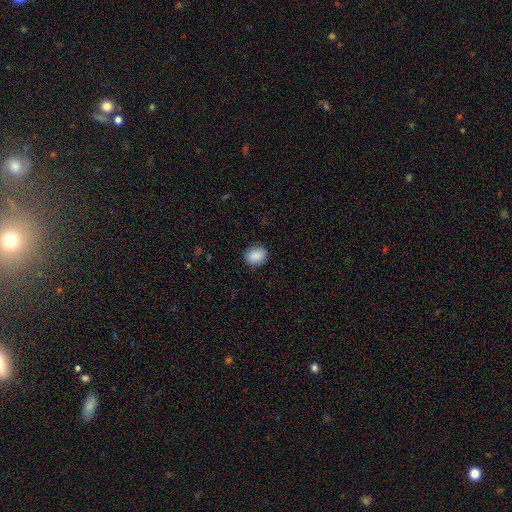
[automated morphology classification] smooth 89%, star or artifact 8%, featured or disk 4%. Down the decision tree: how rounded — round (60%); merging — none (86%).